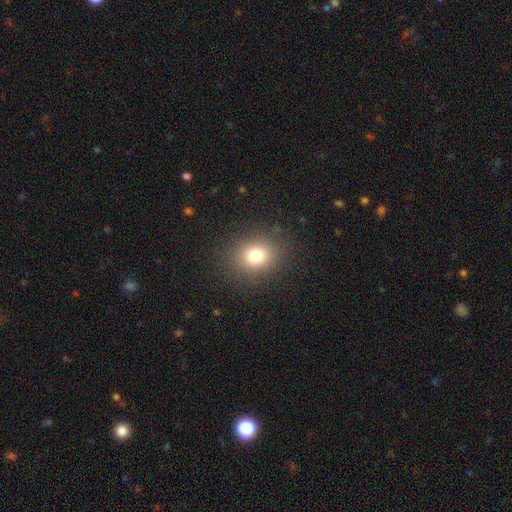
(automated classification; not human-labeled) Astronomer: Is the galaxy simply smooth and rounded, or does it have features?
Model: smooth — 77%.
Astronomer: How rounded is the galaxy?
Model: round — 65%.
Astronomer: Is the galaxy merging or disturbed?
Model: none — 86%.